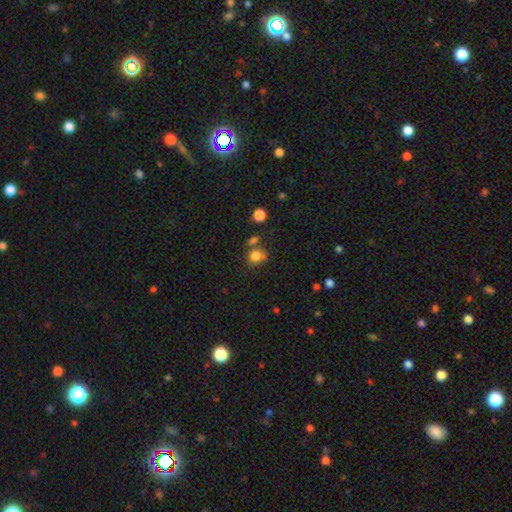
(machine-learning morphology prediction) type=smooth (81%); roundness=round (69%); merging=none (56%).